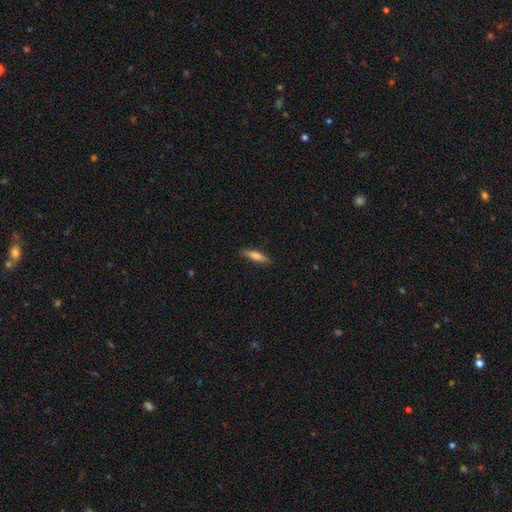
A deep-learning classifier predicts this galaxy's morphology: A smooth galaxy with no disk features (67%) that is cigar-shaped (79%). Merging: none (88%).